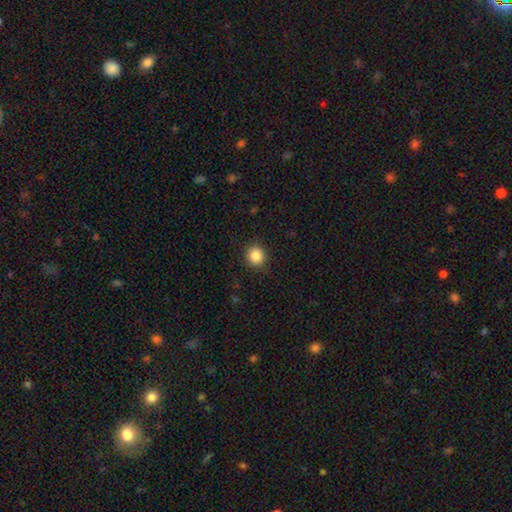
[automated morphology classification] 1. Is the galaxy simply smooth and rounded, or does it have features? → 87% smooth, 10% star or artifact, 4% featured or disk.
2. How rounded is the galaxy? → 84% round, 15% in between, 1% cigar-shaped.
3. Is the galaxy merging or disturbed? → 88% none, 8% minor disturbance, 2% major disturbance, 1% merger.